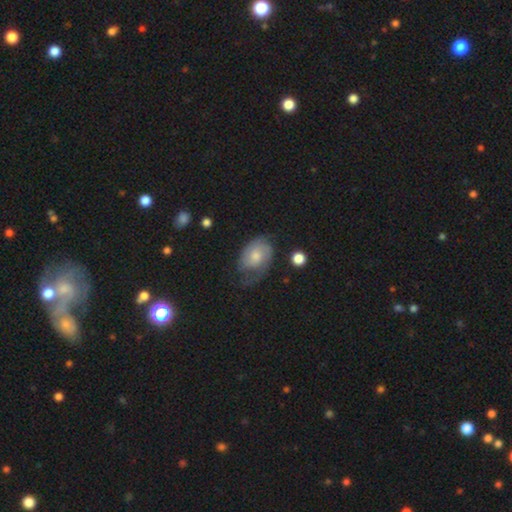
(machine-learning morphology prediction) A featured or disk galaxy (65%) with no bar (72%), 2 (53%) tight (44%) spiral arms (89%) and a moderate central bulge (52%). Merging: none (49%).